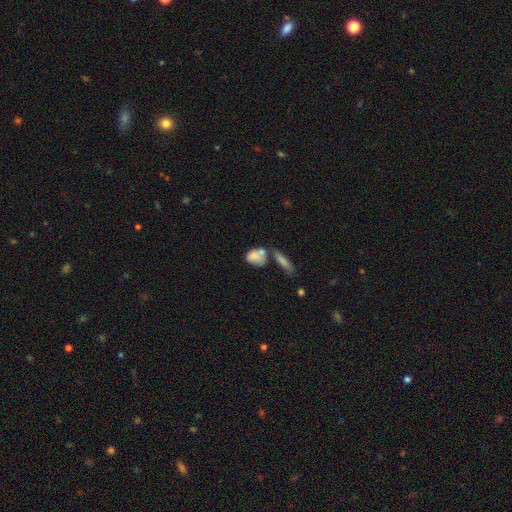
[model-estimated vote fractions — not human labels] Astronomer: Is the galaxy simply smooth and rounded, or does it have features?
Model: smooth — 75%.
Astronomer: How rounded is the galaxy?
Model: in between — 72%.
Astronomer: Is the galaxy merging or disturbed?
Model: merger — 44% (runner-up: none, 31%).